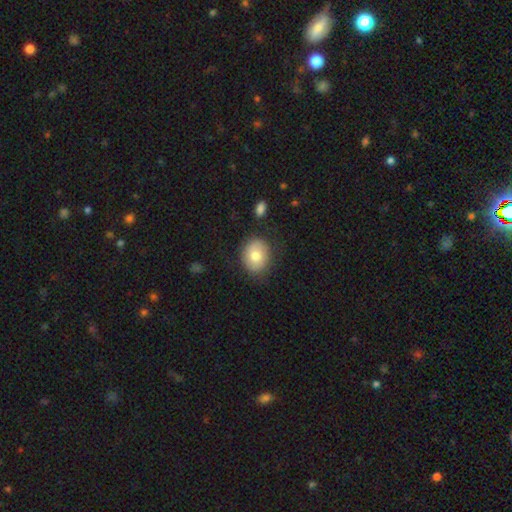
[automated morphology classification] Smooth or featured: smooth — 76% (featured or disk — 17%)
How rounded: round — 58% (in between — 41%)
Merging: none — 80% (minor disturbance — 14%)